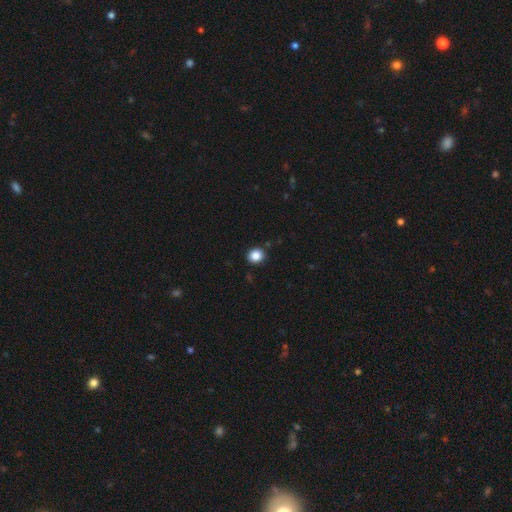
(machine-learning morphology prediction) type=smooth (86%); roundness=round (83%); merging=none (90%).